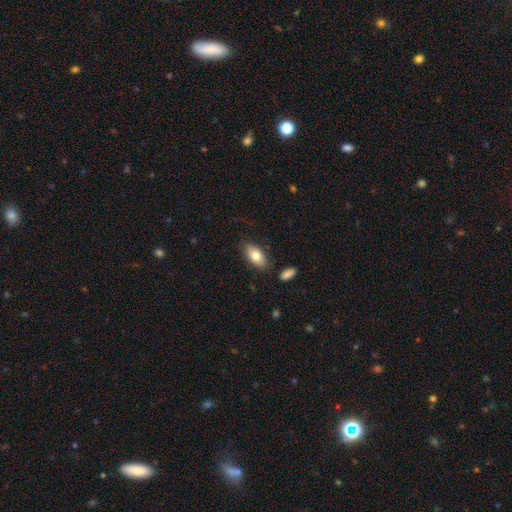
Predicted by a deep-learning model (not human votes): Smooth or featured? Predicted: smooth (p=0.78). How rounded? Predicted: in between (p=0.92). Merging? Predicted: none (p=0.80).